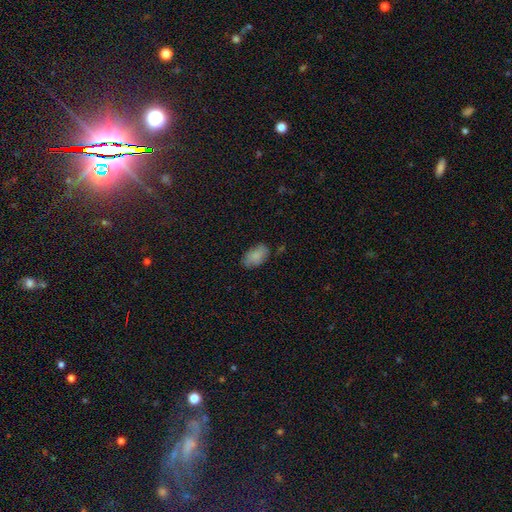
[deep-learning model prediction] Q: Smooth or featured?
A: smooth (84%); runner-up: featured or disk (9%)
Q: How rounded?
A: in between (93%); runner-up: round (5%)
Q: Merging?
A: none (76%); runner-up: minor disturbance (18%)